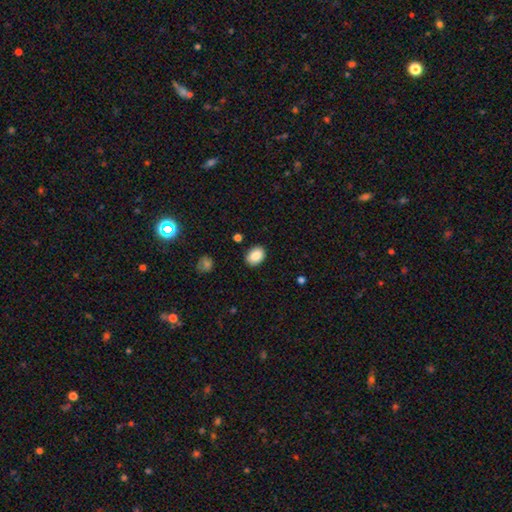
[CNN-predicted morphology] Smooth or featured: smooth — 88% (star or artifact — 8%)
How rounded: in between — 75% (round — 24%)
Merging: none — 87% (minor disturbance — 9%)